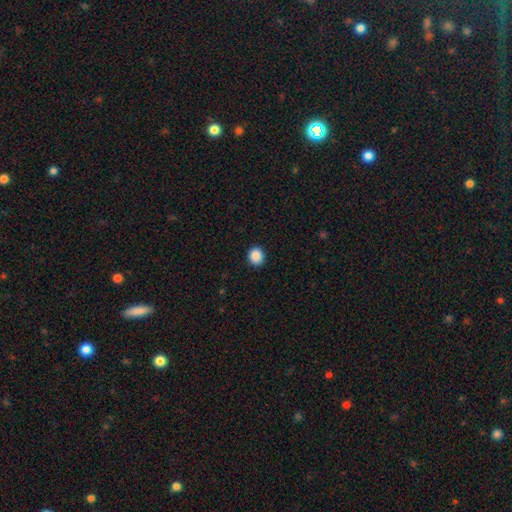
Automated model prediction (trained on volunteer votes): Smooth or featured?
  - smooth: 89% *
  - star or artifact: 9%
  - featured or disk: 3%
How rounded?
  - round: 79% *
  - in between: 20%
  - cigar-shaped: 1%
Merging?
  - none: 91% *
  - minor disturbance: 6%
  - major disturbance: 2%
  - merger: 1%